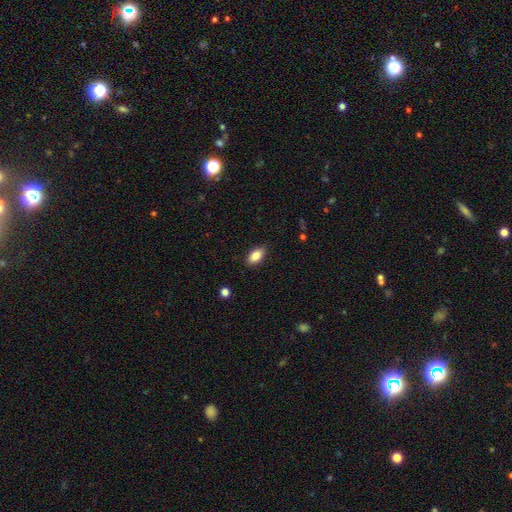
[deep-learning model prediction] Smooth or featured? Predicted: smooth (p=0.86). How rounded? Predicted: in between (p=0.91). Merging? Predicted: none (p=0.85).